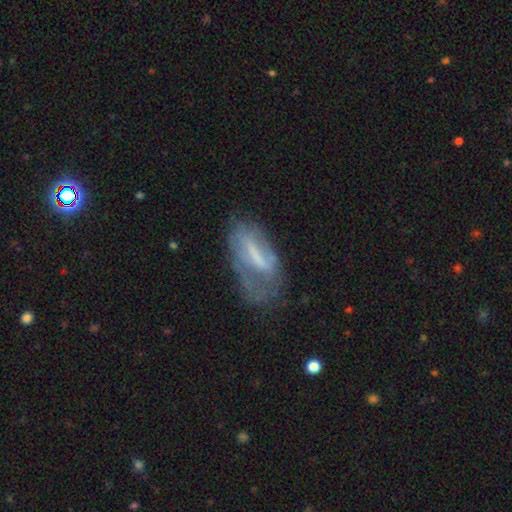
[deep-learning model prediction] Smooth or featured? featured or disk (53%)
Edge-on disk? no (86%)
Merging? none (42%)